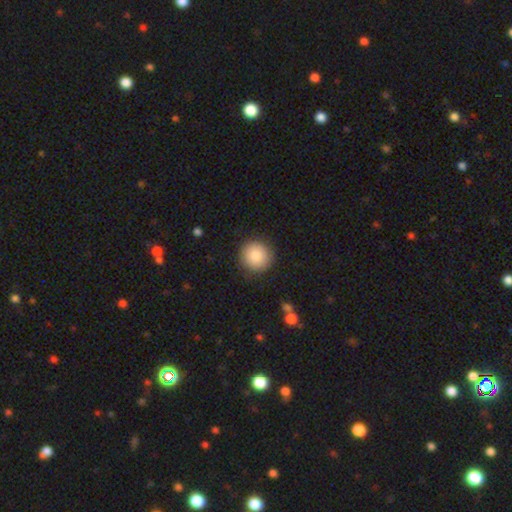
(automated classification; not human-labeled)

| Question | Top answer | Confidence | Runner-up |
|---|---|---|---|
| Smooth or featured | smooth | 86% | star or artifact (8%) |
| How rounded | round | 94% | in between (5%) |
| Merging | none | 89% | minor disturbance (8%) |